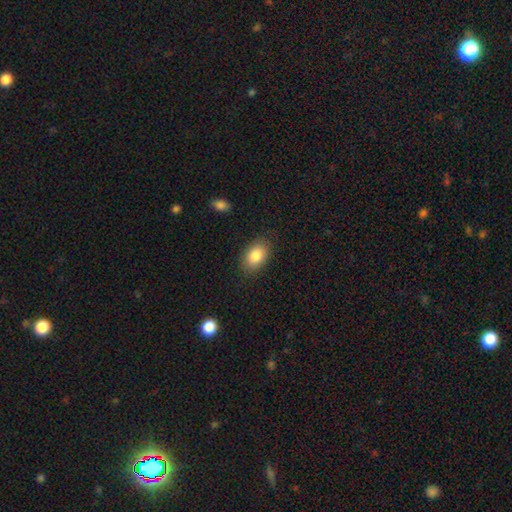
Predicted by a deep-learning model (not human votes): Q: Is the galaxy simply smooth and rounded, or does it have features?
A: smooth — 86%.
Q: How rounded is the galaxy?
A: in between — 88%.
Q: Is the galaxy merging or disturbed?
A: none — 85%.